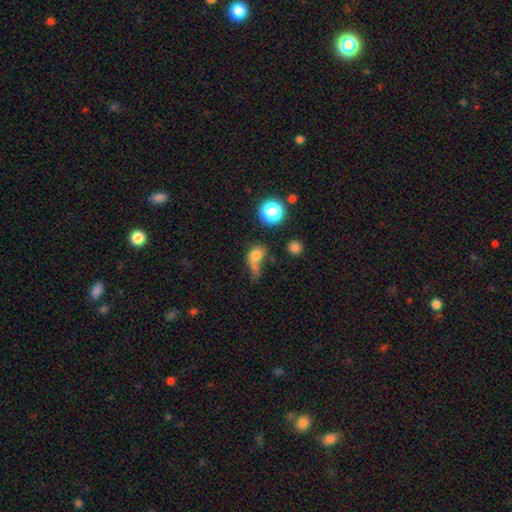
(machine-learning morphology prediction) Smooth or featured? smooth (68%)
How rounded? in between (51%)
Merging? major disturbance (36%)